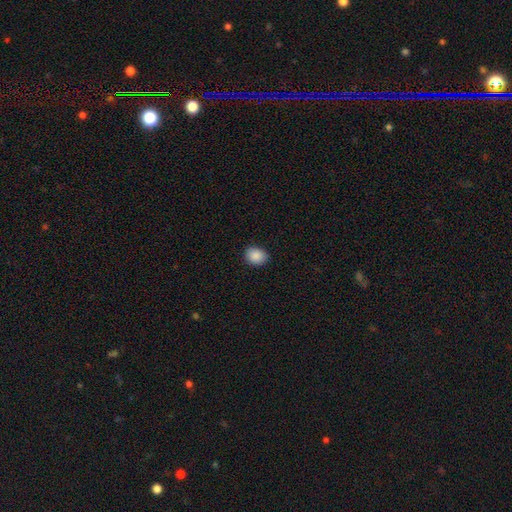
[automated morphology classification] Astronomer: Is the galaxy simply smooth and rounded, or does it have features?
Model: smooth — 89%.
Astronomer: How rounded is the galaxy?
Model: round — 54% (runner-up: in between, 45%).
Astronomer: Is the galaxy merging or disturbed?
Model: none — 88%.